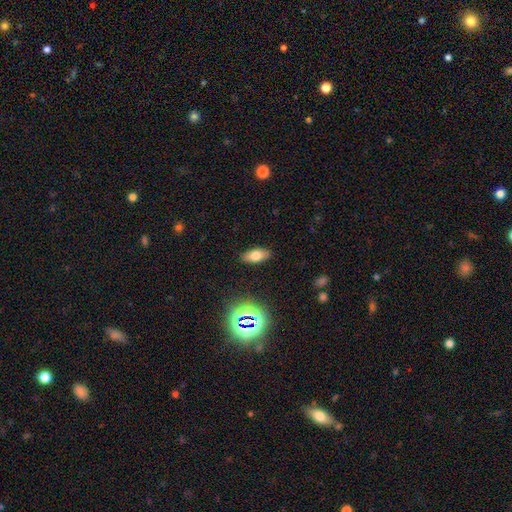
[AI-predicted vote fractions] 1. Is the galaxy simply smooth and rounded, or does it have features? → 71% smooth, 15% featured or disk, 14% star or artifact.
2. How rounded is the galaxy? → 85% in between, 11% cigar-shaped, 4% round.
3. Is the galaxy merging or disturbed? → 88% none, 8% minor disturbance, 2% major disturbance, 1% merger.